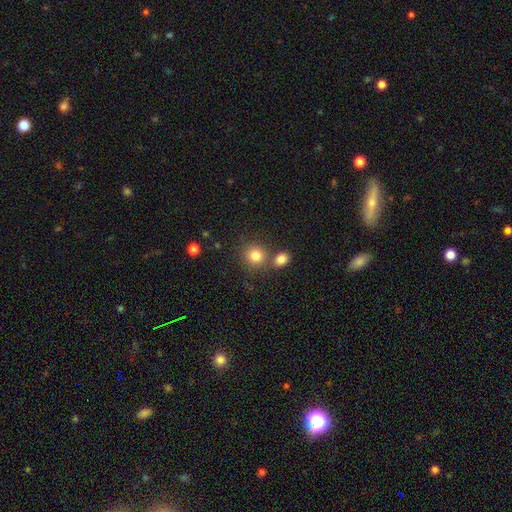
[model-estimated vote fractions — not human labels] smooth_or_featured: smooth (p=0.82) [alt: star or artifact p=0.11]
how_rounded: round (p=0.86) [alt: in between p=0.13]
merging: none (p=0.65) [alt: merger p=0.23]